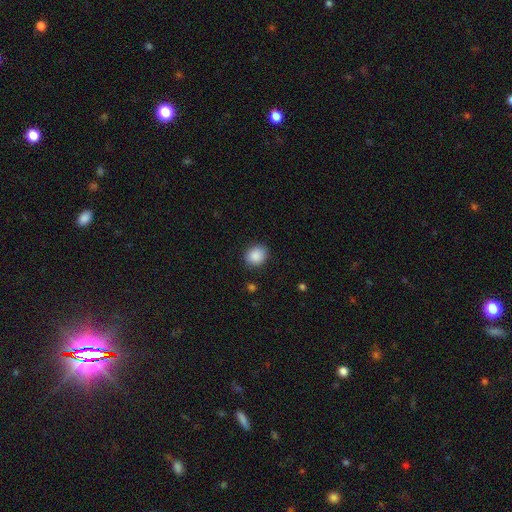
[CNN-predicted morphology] smooth_or_featured: smooth (p=0.88) [alt: star or artifact p=0.08]
how_rounded: round (p=0.58) [alt: in between p=0.41]
merging: none (p=0.86) [alt: minor disturbance p=0.10]